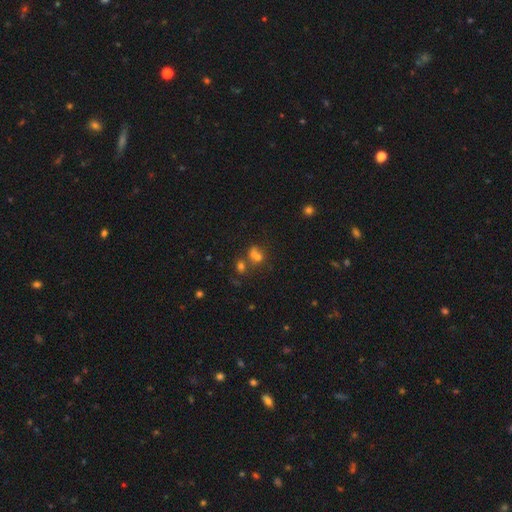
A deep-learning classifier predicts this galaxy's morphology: Smooth or featured?
  - smooth: 55% *
  - star or artifact: 27%
  - featured or disk: 18%
How rounded?
  - round: 64% *
  - in between: 34%
  - cigar-shaped: 2%
Merging?
  - merger: 53% *
  - none: 34%
  - minor disturbance: 8%
  - major disturbance: 5%